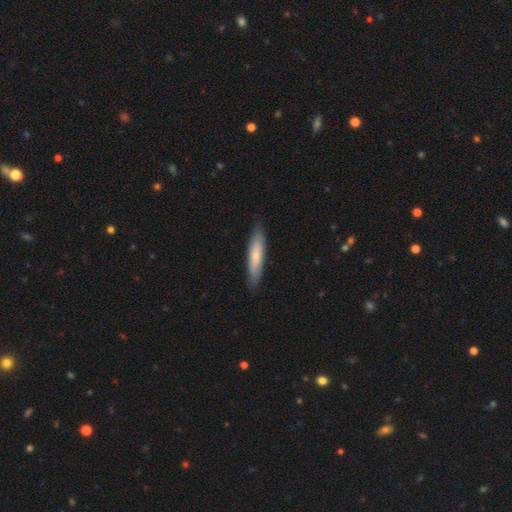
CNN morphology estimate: A smooth galaxy with no disk features (71%) that is cigar-shaped (81%).

Vote fractions:
- Smooth or featured? smooth: 71% / featured or disk: 24% / star or artifact: 5%
- How rounded? cigar-shaped: 81% / in between: 17% / round: 1%
- Merging? none: 87% / minor disturbance: 11% / major disturbance: 2% / merger: 1%